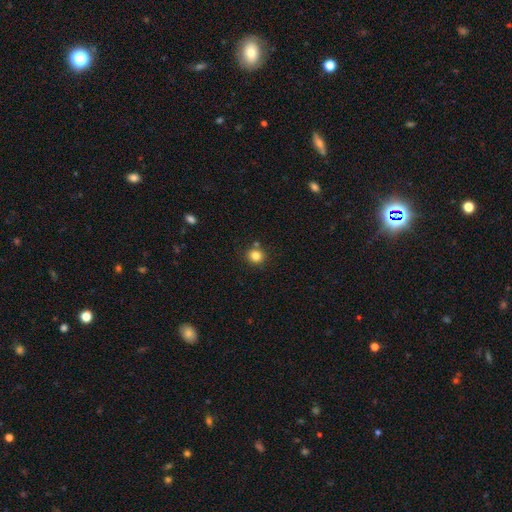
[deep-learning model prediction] smooth_or_featured: smooth (p=0.83) [alt: star or artifact p=0.12]
how_rounded: round (p=0.84) [alt: in between p=0.15]
merging: none (p=0.80) [alt: minor disturbance p=0.09]